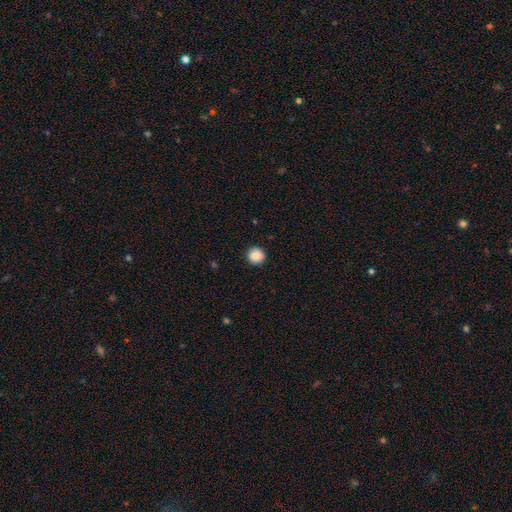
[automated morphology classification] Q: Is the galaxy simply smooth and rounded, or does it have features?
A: smooth — 87%.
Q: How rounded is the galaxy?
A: round — 95%.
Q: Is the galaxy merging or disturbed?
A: none — 91%.